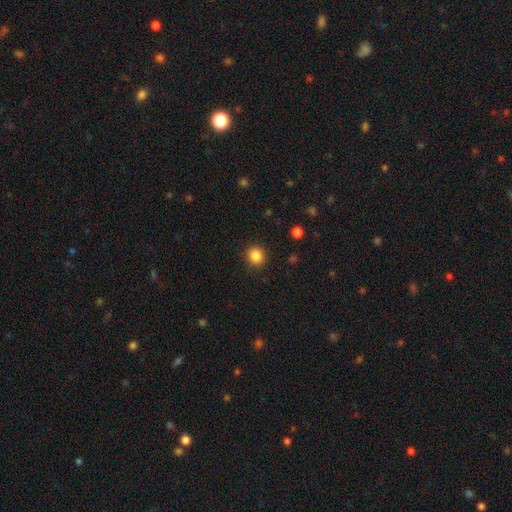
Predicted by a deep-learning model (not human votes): Morphology: type=smooth (86%); roundness=round (88%); merging=none (91%).